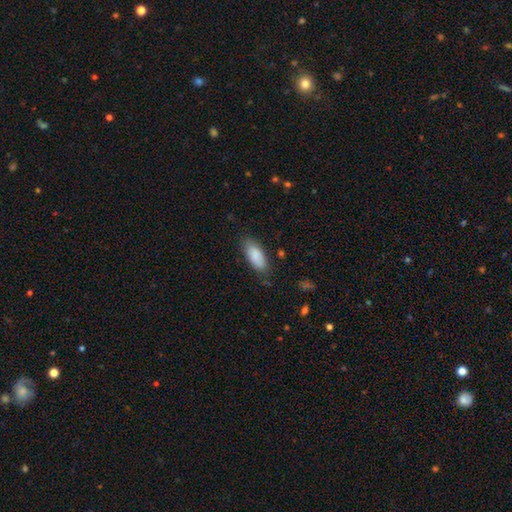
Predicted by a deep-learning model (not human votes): This is clearly a smooth galaxy (88%). How rounded: clearly in between (85%). Merging: likely none (75%).